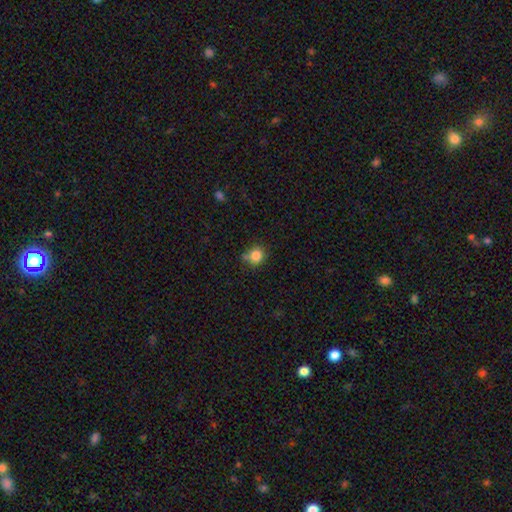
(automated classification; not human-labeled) smooth_or_featured: smooth (p=0.84) [alt: star or artifact p=0.11]
how_rounded: round (p=0.83) [alt: in between p=0.16]
merging: none (p=0.69) [alt: minor disturbance p=0.18]